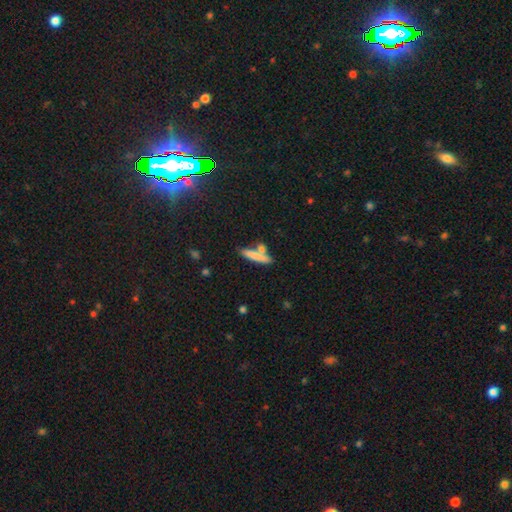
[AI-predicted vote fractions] smooth-or-featured: smooth: 72% | featured or disk: 21% | star or artifact: 7%
  how-rounded: cigar-shaped: 83% | in between: 14% | round: 2%
  merging: none: 58% | merger: 26% | minor disturbance: 11% | major disturbance: 4%